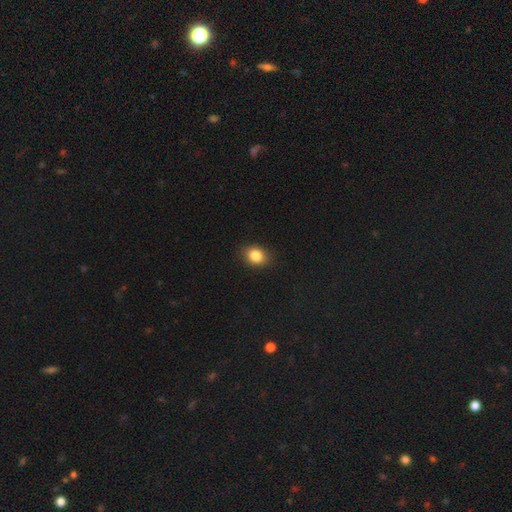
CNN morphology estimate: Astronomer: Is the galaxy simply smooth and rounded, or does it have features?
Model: smooth — 84%.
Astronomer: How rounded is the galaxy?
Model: in between — 59% (runner-up: round, 40%).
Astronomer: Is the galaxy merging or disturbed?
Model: none — 87%.